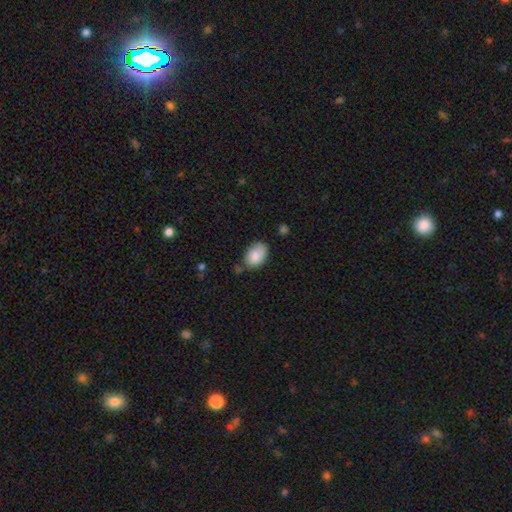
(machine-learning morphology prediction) Smooth or featured?
  - smooth: 86% *
  - featured or disk: 8%
  - star or artifact: 7%
How rounded?
  - in between: 87% *
  - round: 12%
  - cigar-shaped: 1%
Merging?
  - none: 63% *
  - minor disturbance: 26%
  - merger: 5%
  - major disturbance: 5%